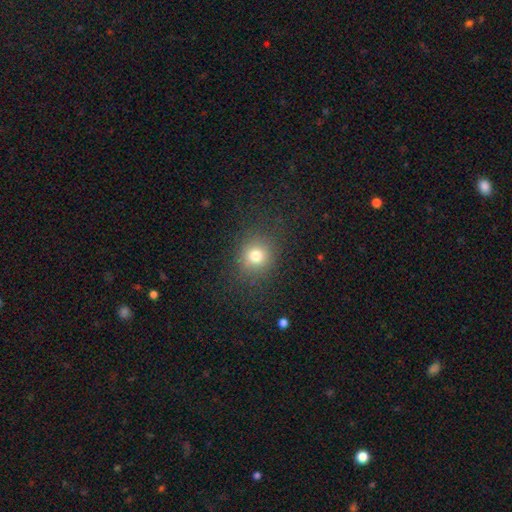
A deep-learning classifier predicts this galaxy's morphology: A smooth galaxy with no disk features (76%) that is round (83%). Merging: none (85%).